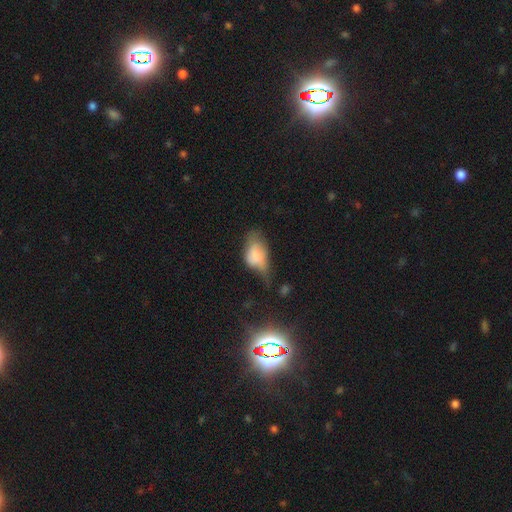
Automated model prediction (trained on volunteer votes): Morphology: type=smooth (69%); roundness=in between (88%); merging=major disturbance (37%).